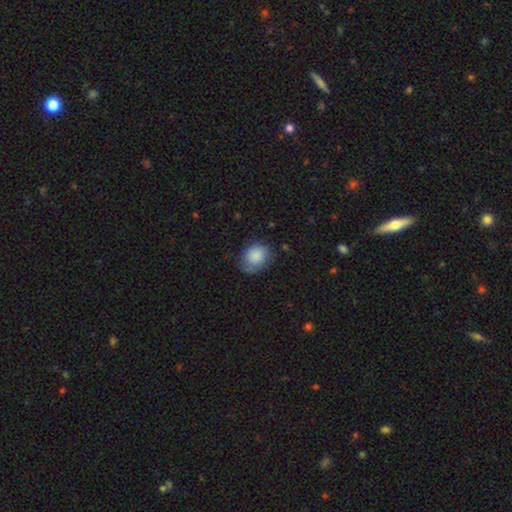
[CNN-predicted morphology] Smooth or featured: smooth — 80% (featured or disk — 13%)
How rounded: round — 55% (in between — 44%)
Merging: none — 58% (minor disturbance — 30%)